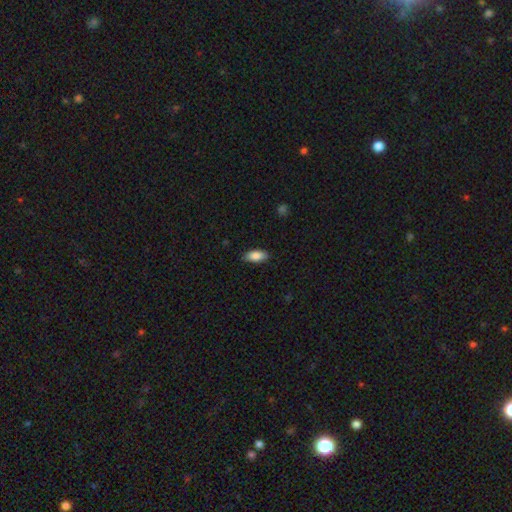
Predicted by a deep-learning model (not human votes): A smooth galaxy with no disk features (86%) that is in between round and cigar-shaped (88%).

Vote fractions:
- Smooth or featured? smooth: 86% / featured or disk: 7% / star or artifact: 6%
- How rounded? in between: 88% / cigar-shaped: 10% / round: 2%
- Merging? none: 85% / minor disturbance: 12% / major disturbance: 2% / merger: 1%